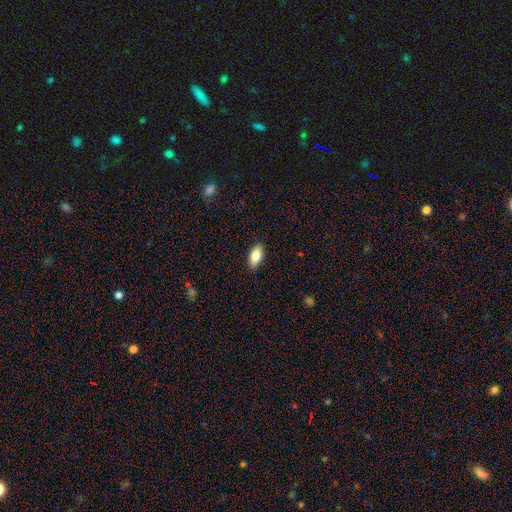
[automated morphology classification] A smooth galaxy with no disk features (83%) that is in between round and cigar-shaped (90%).

Vote fractions:
- Smooth or featured? smooth: 83% / featured or disk: 10% / star or artifact: 7%
- How rounded? in between: 90% / cigar-shaped: 7% / round: 3%
- Merging? none: 88% / minor disturbance: 9% / major disturbance: 2% / merger: 1%